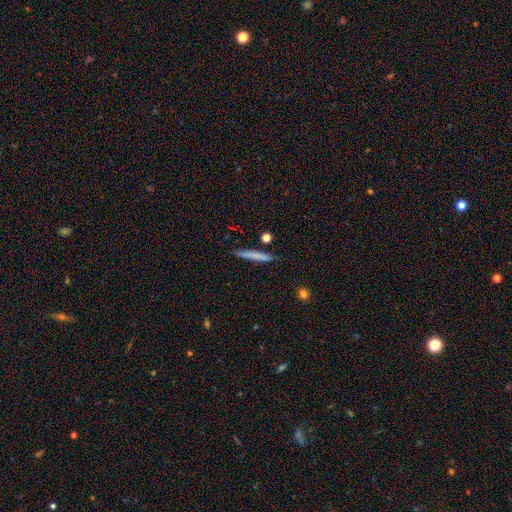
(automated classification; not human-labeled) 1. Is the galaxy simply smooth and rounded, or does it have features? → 71% smooth, 23% featured or disk, 7% star or artifact.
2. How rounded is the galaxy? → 95% cigar-shaped, 4% in between, 2% round.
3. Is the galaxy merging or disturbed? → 84% none, 11% minor disturbance, 3% merger, 2% major disturbance.